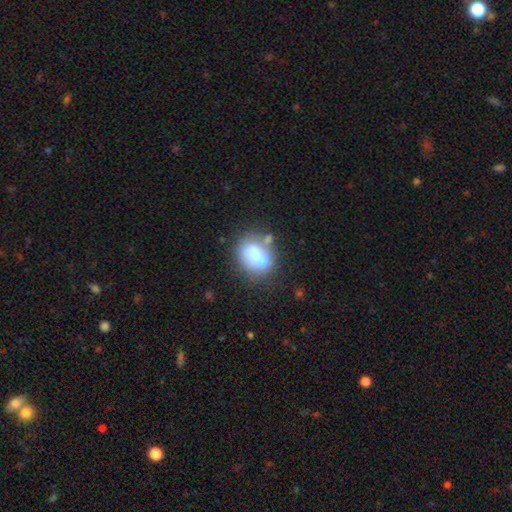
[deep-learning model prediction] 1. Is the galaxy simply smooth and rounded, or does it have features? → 71% smooth, 19% featured or disk, 10% star or artifact.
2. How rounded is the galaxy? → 71% in between, 26% round, 3% cigar-shaped.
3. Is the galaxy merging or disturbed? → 47% none, 23% merger, 20% minor disturbance, 11% major disturbance.